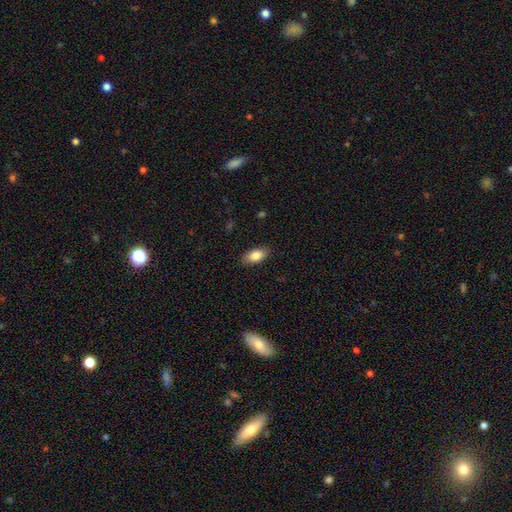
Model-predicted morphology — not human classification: smooth_or_featured: smooth (p=0.84) [alt: featured or disk p=0.09]
how_rounded: in between (p=0.91) [alt: cigar-shaped p=0.05]
merging: none (p=0.87) [alt: minor disturbance p=0.10]